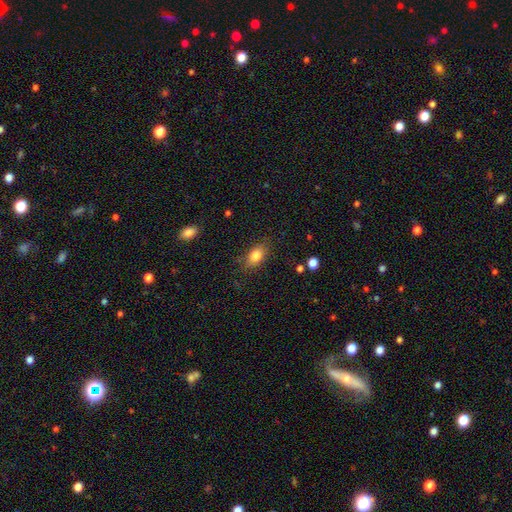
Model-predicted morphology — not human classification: Smooth or featured? Predicted: smooth (p=0.83). How rounded? Predicted: in between (p=0.86). Merging? Predicted: none (p=0.80).